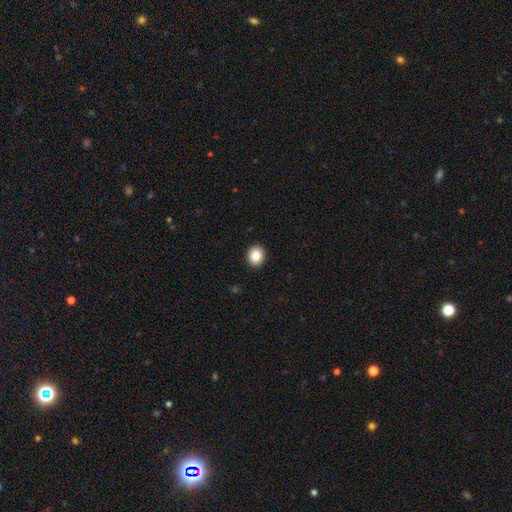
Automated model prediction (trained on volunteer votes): Smooth or featured: smooth — 86% (star or artifact — 9%)
How rounded: round — 70% (in between — 29%)
Merging: none — 92% (minor disturbance — 5%)